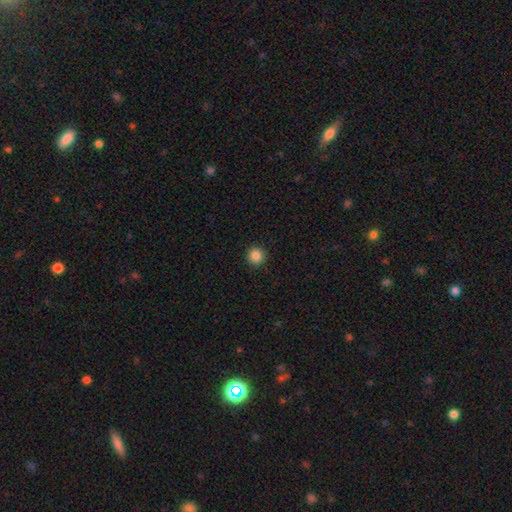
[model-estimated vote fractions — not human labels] Smooth or featured? Predicted: smooth (p=0.86). How rounded? Predicted: round (p=0.95). Merging? Predicted: none (p=0.92).